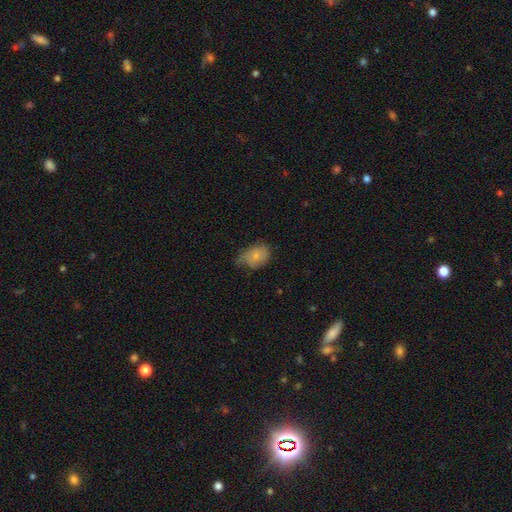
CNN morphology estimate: This appears to be a smooth galaxy with no disk features (73%) that is in between round and cigar-shaped (70%). Merging: minor disturbance (43%).